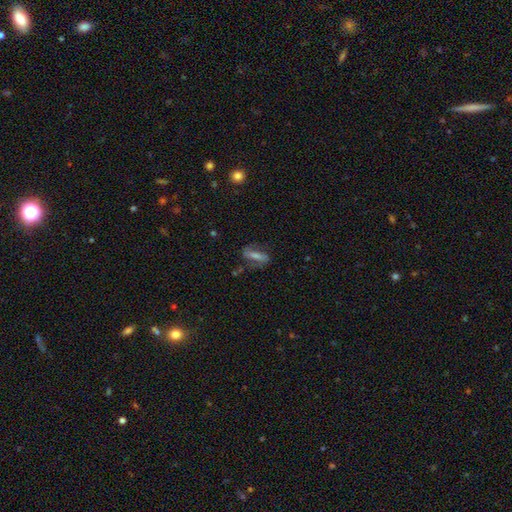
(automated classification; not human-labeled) featured or disk 53%, smooth 33%, star or artifact 15%. Down the decision tree: edge-on disk — no (74%); merging — none (68%).